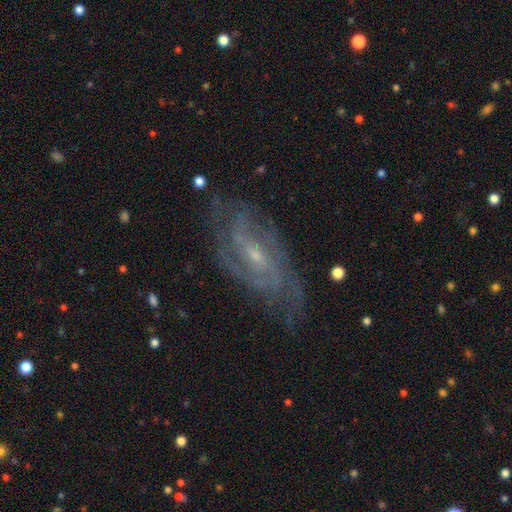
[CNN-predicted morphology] smooth-or-featured: featured or disk: 86% | smooth: 7% | star or artifact: 7%
  disk-edge-on: no: 93% | yes: 7%
    bar: no: 44% | weak: 43% | strong: 12%
    has-spiral-arms: yes: 95% | no: 5%
      spiral-winding: tight: 47% | medium: 42% | loose: 11%
      spiral-arm-count: 2: 32% | can't tell: 29% | 3: 18% | 4: 11% | more than 4: 5% | 1: 5%
    bulge-size: small: 73% | moderate: 22% | none: 3% | large: 1% | dominant: 1%
  merging: none: 72% | minor disturbance: 18% | major disturbance: 8% | merger: 2%